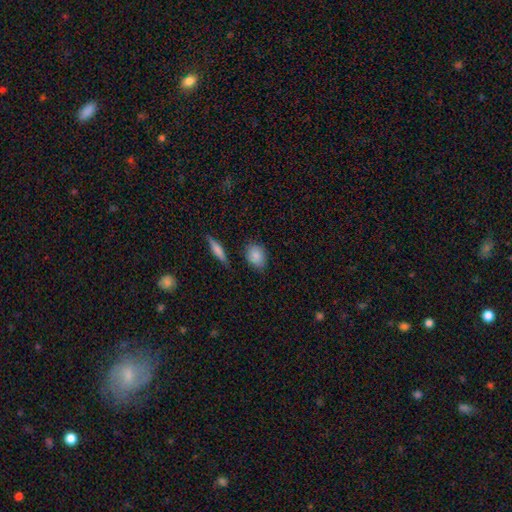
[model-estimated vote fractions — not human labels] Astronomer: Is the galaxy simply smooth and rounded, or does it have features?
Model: smooth — 86%.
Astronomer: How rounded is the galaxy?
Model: in between — 68%.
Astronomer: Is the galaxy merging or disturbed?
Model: none — 79%.